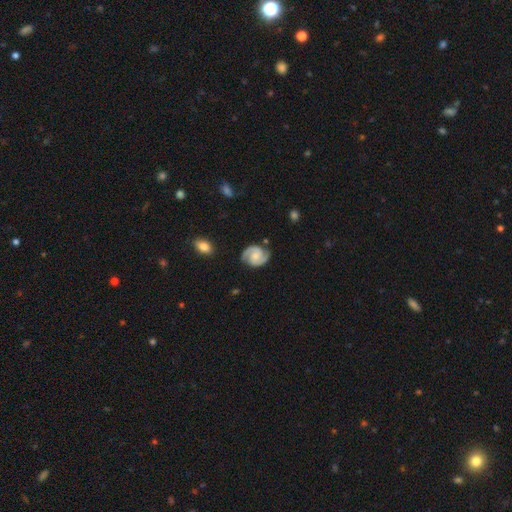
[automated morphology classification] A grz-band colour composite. It shows a featured or disk galaxy (86%) with no bar (57%), 2 (93%) medium (52%) spiral arms (98%) and a small central bulge (44%). Merging: none (82%).